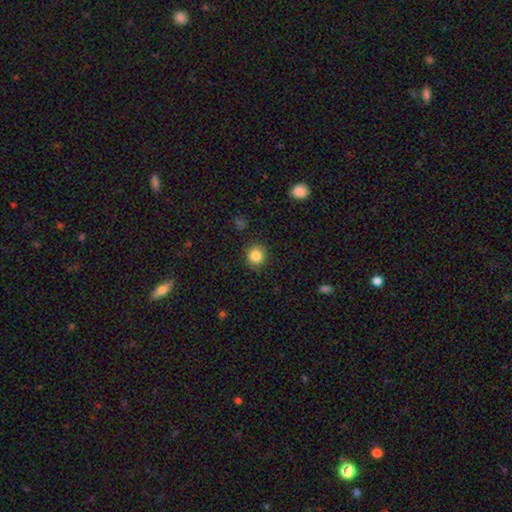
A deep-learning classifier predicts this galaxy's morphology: A smooth galaxy with no disk features (85%) that is round (91%). Merging: none (91%).